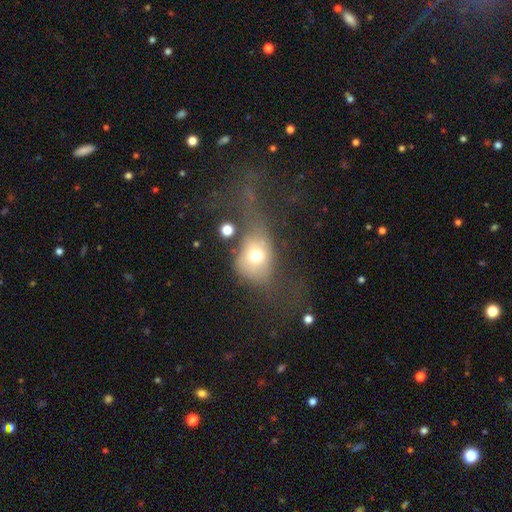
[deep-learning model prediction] This appears to be a smooth galaxy with no disk features (65%) that is in between round and cigar-shaped (54%). Merging: major disturbance (44%).